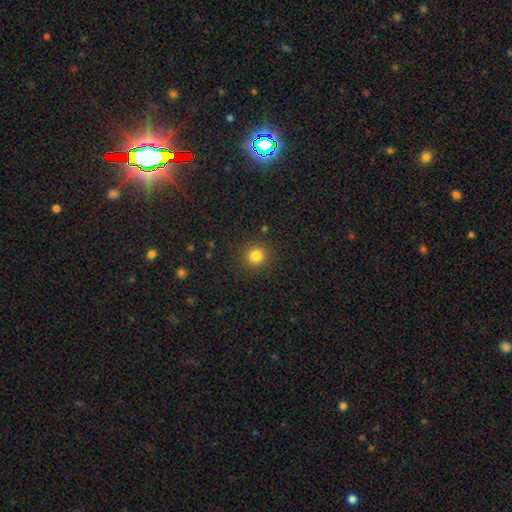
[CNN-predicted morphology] smooth_or_featured: smooth (p=0.82) [alt: star or artifact p=0.13]
how_rounded: round (p=0.90) [alt: in between p=0.09]
merging: none (p=0.89) [alt: minor disturbance p=0.07]